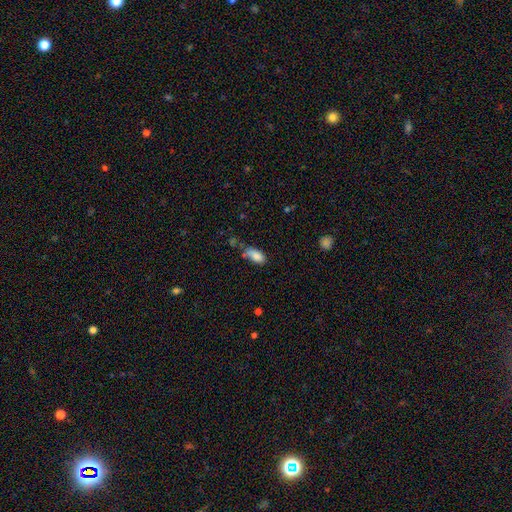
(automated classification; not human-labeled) smooth-or-featured: smooth: 84% | star or artifact: 9% | featured or disk: 7%
  how-rounded: in between: 90% | cigar-shaped: 7% | round: 3%
  merging: none: 47% | minor disturbance: 32% | merger: 11% | major disturbance: 10%